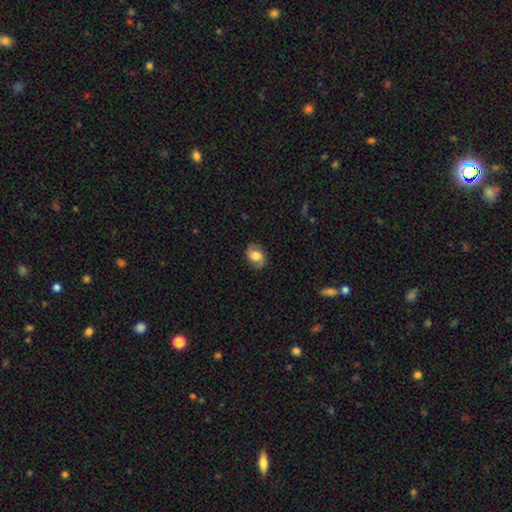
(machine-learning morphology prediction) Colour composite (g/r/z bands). It shows a smooth galaxy with no disk features (54%) that is in between round and cigar-shaped (67%). Merging: none (79%).